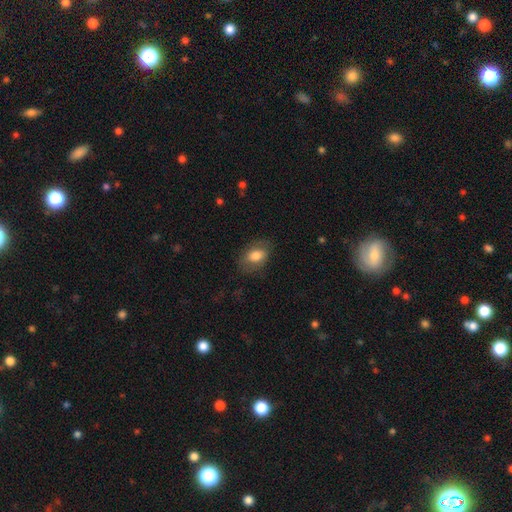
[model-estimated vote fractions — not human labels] Overall: smooth (76%). How rounded: in between (84%). Merging: none (75%).